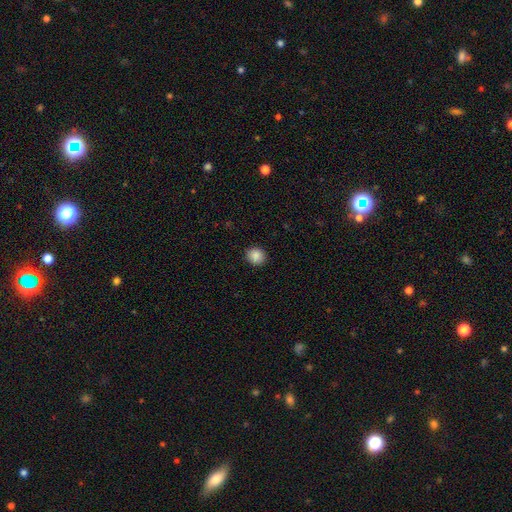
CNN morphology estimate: This is clearly a smooth galaxy (88%). How rounded: clearly round (85%). Merging: clearly none (91%).